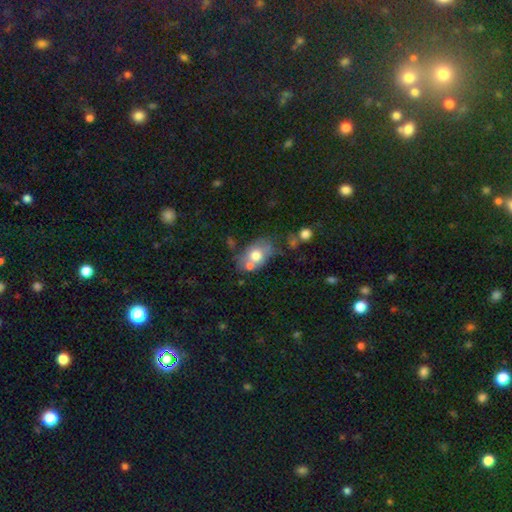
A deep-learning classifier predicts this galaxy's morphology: This appears to be a smooth galaxy with no disk features (66%) that is in between round and cigar-shaped (77%). Merging: none (42%).